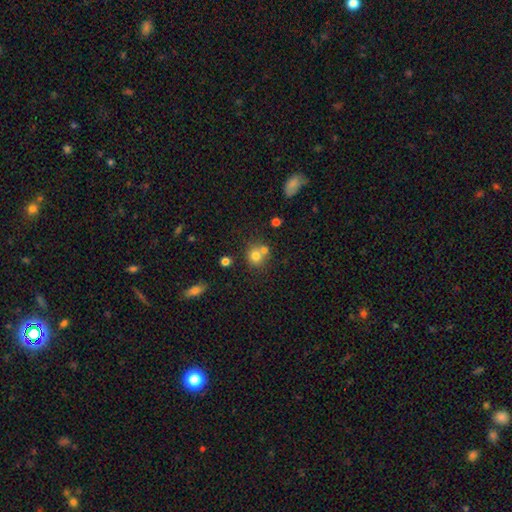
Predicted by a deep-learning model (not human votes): A smooth galaxy with no disk features (74%) that is round (83%).

Vote fractions:
- Smooth or featured? smooth: 74% / star or artifact: 13% / featured or disk: 13%
- How rounded? round: 83% / in between: 16% / cigar-shaped: 1%
- Merging? none: 49% / merger: 39% / minor disturbance: 8% / major disturbance: 3%